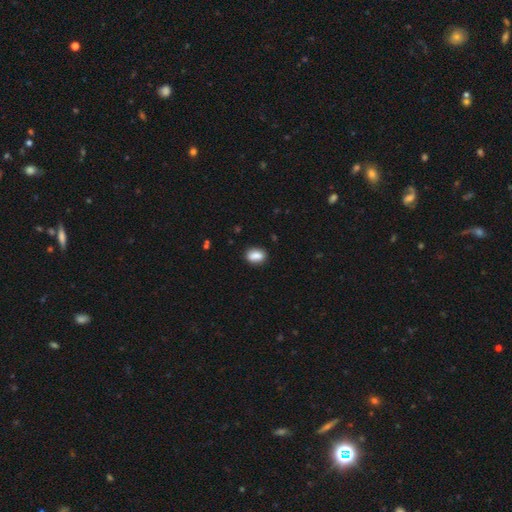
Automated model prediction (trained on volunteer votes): Q: Smooth or featured?
A: smooth (87%); runner-up: star or artifact (7%)
Q: How rounded?
A: in between (81%); runner-up: round (17%)
Q: Merging?
A: none (85%); runner-up: minor disturbance (11%)